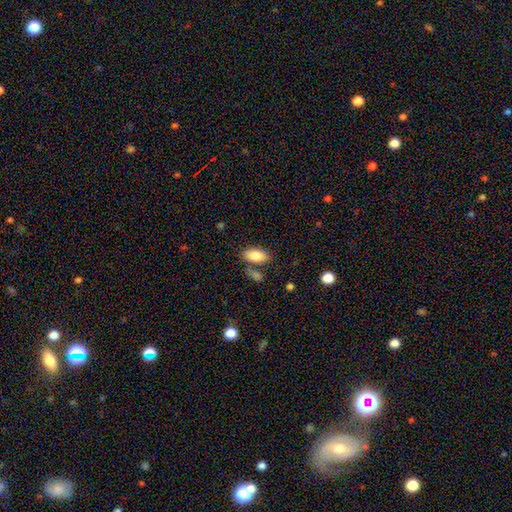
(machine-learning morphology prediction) Q: Smooth or featured?
A: smooth (85%); runner-up: featured or disk (8%)
Q: How rounded?
A: in between (91%); runner-up: cigar-shaped (6%)
Q: Merging?
A: none (70%); runner-up: minor disturbance (13%)